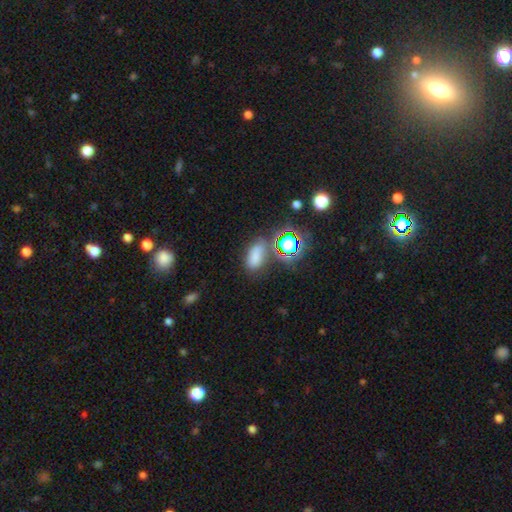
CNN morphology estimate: smooth 64%, star or artifact 27%, featured or disk 9%. Down the decision tree: how rounded — in between (84%); merging — none (60%).